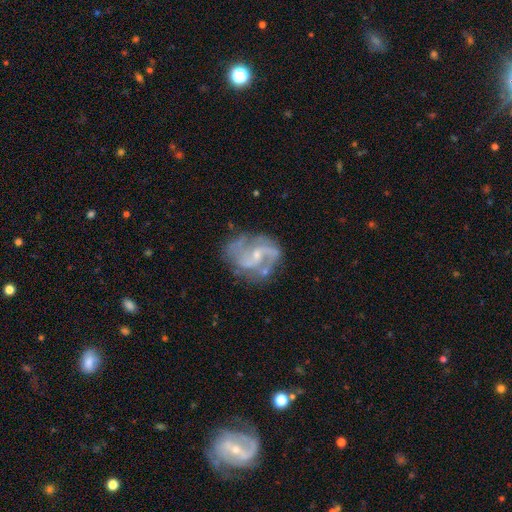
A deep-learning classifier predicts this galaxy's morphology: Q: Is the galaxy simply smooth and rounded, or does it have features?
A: featured or disk — 88%.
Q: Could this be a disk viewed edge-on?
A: no — 98%.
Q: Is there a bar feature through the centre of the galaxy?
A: weak — 49%.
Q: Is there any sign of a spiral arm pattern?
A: yes — 96%.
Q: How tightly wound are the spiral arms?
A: medium — 52%.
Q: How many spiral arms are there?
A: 2 — 83%.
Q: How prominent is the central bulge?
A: small — 65%.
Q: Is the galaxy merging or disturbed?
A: none — 64%.